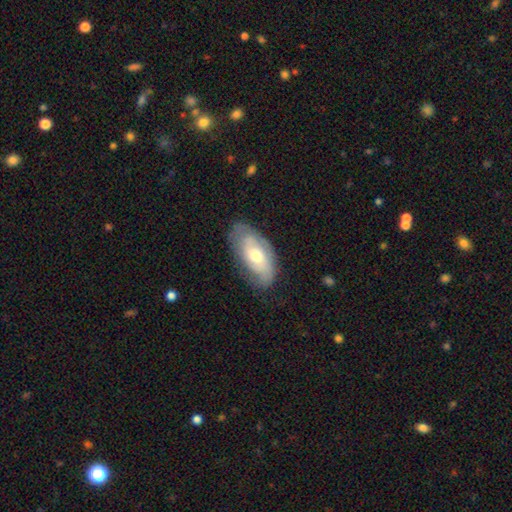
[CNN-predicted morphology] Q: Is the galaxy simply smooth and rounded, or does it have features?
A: featured or disk — 53%.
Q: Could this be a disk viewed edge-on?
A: no — 89%.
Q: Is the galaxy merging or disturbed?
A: none — 71%.